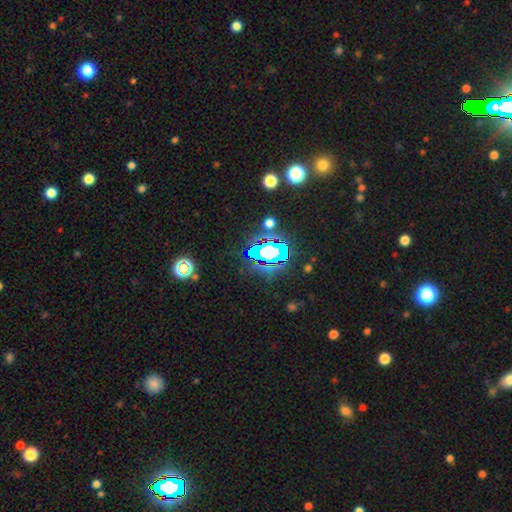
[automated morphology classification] star or artifact 80%, smooth 12%, featured or disk 8%.